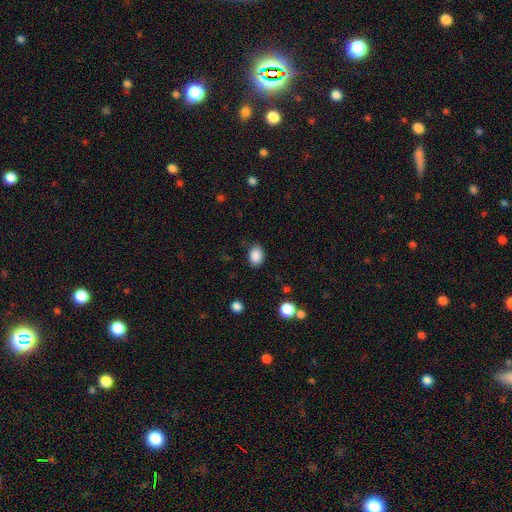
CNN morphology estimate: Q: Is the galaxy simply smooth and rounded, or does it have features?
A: smooth — 88%.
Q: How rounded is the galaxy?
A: in between — 69%.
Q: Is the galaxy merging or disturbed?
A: none — 83%.